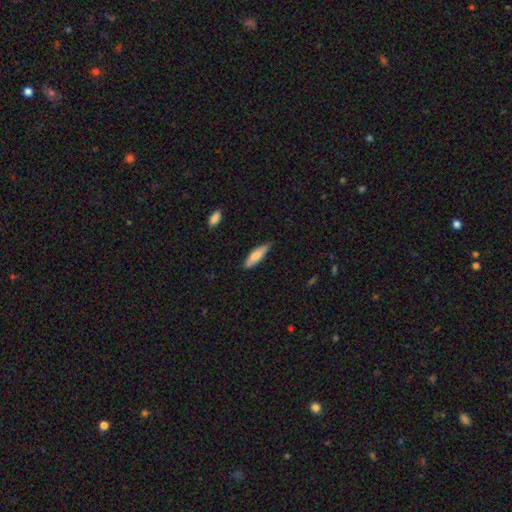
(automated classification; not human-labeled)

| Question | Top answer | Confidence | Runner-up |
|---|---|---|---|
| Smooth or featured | smooth | 76% | featured or disk (18%) |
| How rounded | cigar-shaped | 64% | in between (34%) |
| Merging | none | 75% | minor disturbance (21%) |